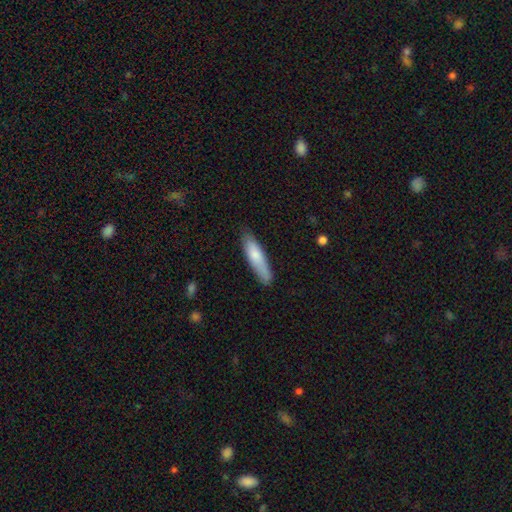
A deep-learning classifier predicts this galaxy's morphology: Overall: smooth (74%). How rounded: cigar-shaped (75%). Merging: none (79%).